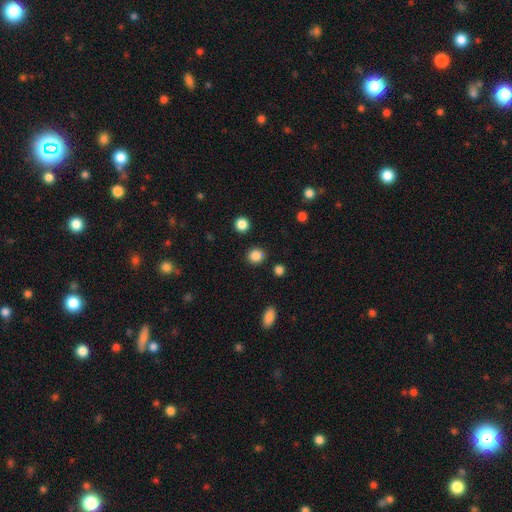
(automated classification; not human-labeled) A smooth galaxy with no disk features (86%) that is round (89%).

Vote fractions:
- Smooth or featured? smooth: 86% / star or artifact: 11% / featured or disk: 3%
- How rounded? round: 89% / in between: 10% / cigar-shaped: 1%
- Merging? none: 89% / minor disturbance: 6% / merger: 3% / major disturbance: 2%